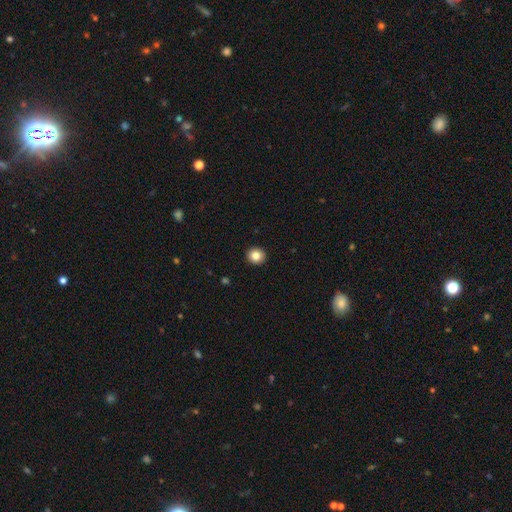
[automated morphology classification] This appears to be a smooth galaxy with no disk features (83%) that is round (91%). Merging: none (93%).